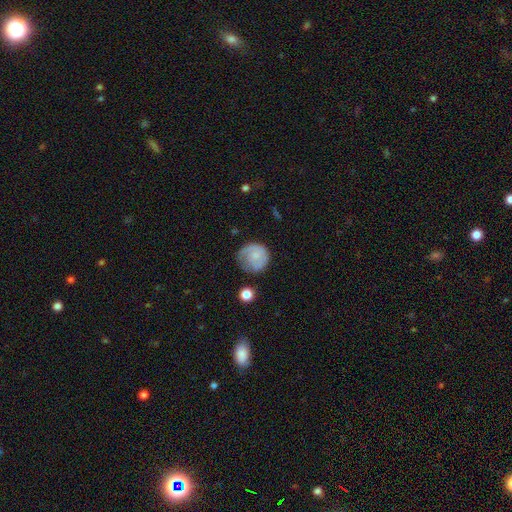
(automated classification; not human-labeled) Smooth or featured? Predicted: smooth (p=0.56). How rounded? Predicted: round (p=0.88). Merging? Predicted: none (p=0.58).